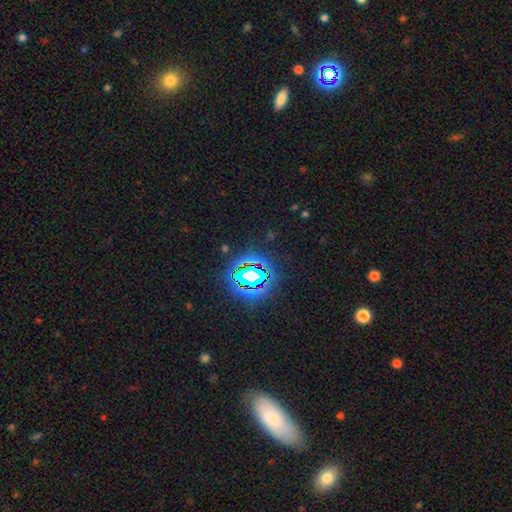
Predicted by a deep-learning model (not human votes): A star or artifact, not a galaxy (71%).

Vote fractions:
- Smooth or featured? star or artifact: 71% / smooth: 18% / featured or disk: 11%